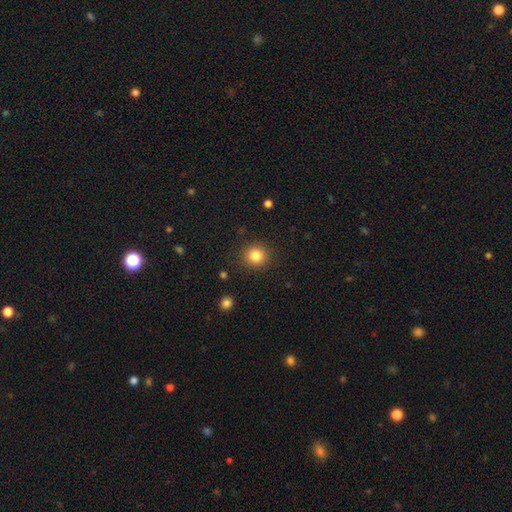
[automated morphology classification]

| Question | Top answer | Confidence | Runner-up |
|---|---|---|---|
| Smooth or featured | smooth | 83% | star or artifact (11%) |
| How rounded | round | 91% | in between (8%) |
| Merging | none | 90% | minor disturbance (6%) |